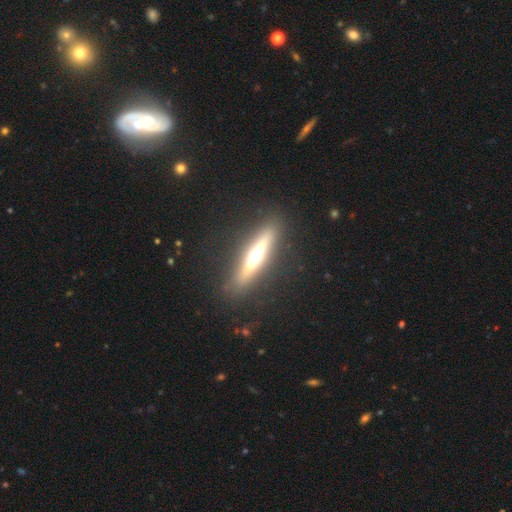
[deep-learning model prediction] featured or disk 68%, smooth 25%, star or artifact 7%. Down the decision tree: edge-on disk — yes (95%); edge-on bulge — rounded (91%); merging — none (88%).